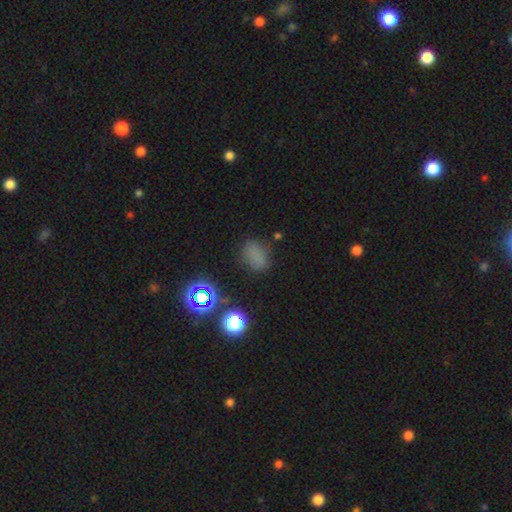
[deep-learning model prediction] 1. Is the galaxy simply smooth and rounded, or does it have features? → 68% smooth, 25% star or artifact, 7% featured or disk.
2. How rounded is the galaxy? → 72% in between, 26% round, 2% cigar-shaped.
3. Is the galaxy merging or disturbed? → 71% none, 18% minor disturbance, 7% major disturbance, 3% merger.